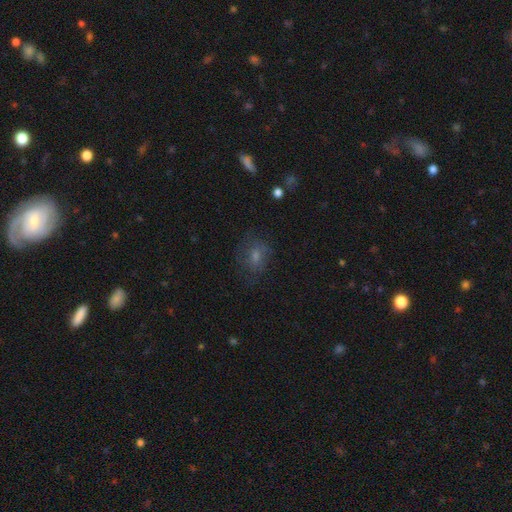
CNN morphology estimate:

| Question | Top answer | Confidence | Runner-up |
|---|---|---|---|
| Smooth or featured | smooth | 48% | featured or disk (27%) |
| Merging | none | 70% | minor disturbance (18%) |